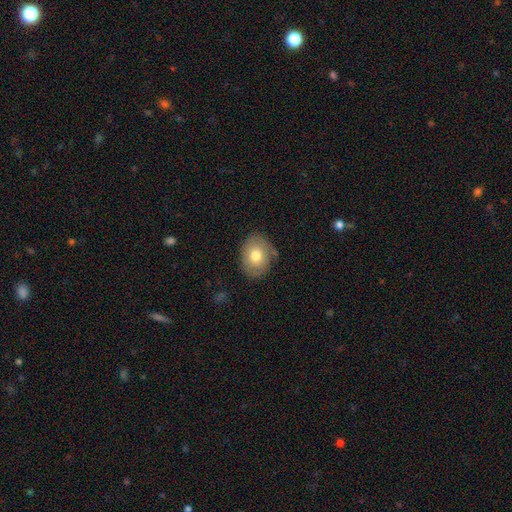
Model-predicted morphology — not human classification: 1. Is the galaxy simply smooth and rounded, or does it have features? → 73% smooth, 19% featured or disk, 8% star or artifact.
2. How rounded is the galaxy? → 59% in between, 40% round, 1% cigar-shaped.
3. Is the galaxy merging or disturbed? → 77% none, 17% minor disturbance, 4% major disturbance, 2% merger.